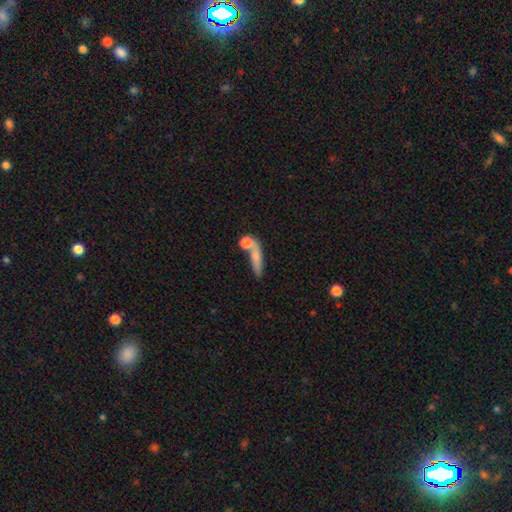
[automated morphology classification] Smooth or featured?
  - smooth: 72% *
  - featured or disk: 19%
  - star or artifact: 9%
How rounded?
  - cigar-shaped: 60% *
  - in between: 26%
  - round: 14%
Merging?
  - none: 49% *
  - merger: 28%
  - minor disturbance: 14%
  - major disturbance: 9%